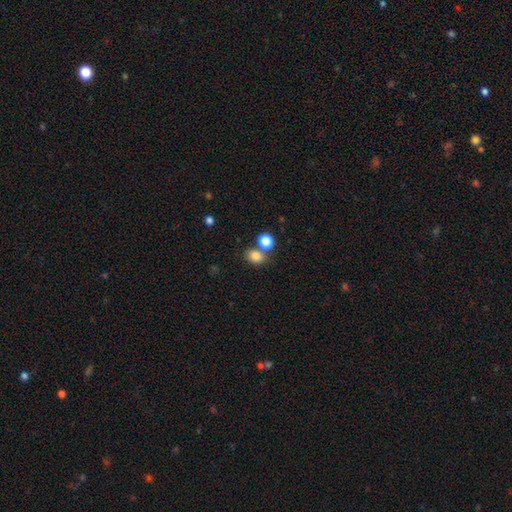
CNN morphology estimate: This is clearly a smooth galaxy (83%). How rounded: possibly in between (52%). Merging: possibly none (57%).